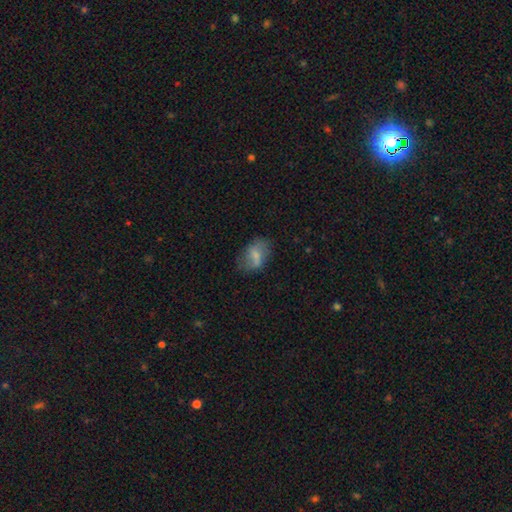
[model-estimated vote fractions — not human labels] Morphology: type=smooth (57%); roundness=in between (81%); merging=none (61%).